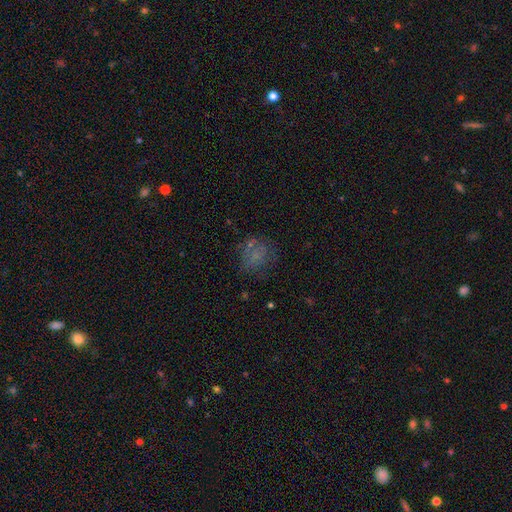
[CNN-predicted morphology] smooth 55%, featured or disk 24%, star or artifact 21%. Down the decision tree: how rounded — round (71%); merging — none (62%).